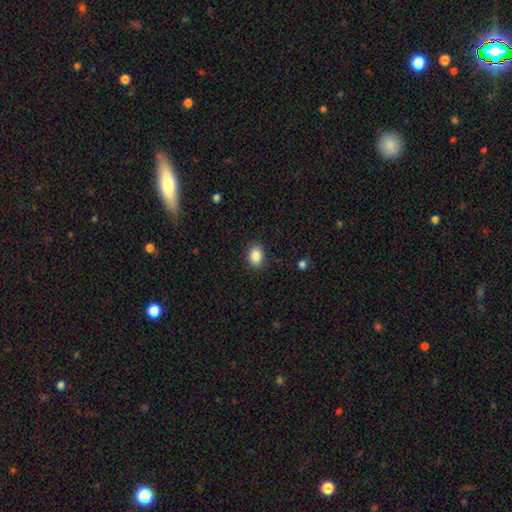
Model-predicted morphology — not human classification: This is clearly a smooth galaxy (87%). How rounded: likely in between (73%). Merging: clearly none (89%).